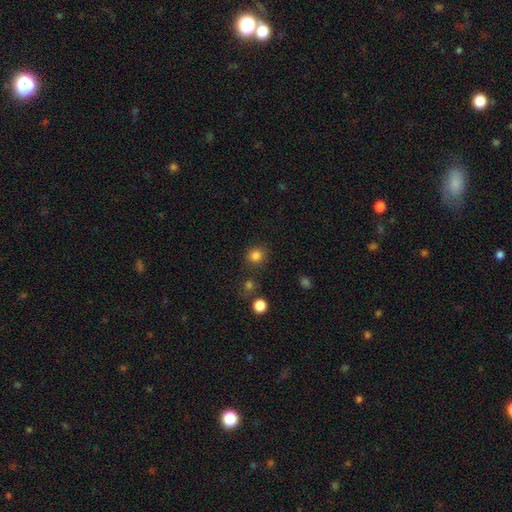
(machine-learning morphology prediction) A smooth galaxy with no disk features (82%) that is round (89%). Merging: none (83%).